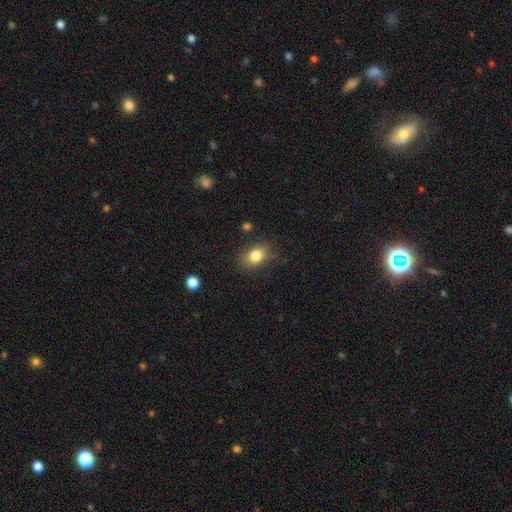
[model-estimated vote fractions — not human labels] Smooth or featured: smooth — 82% (star or artifact — 10%)
How rounded: in between — 72% (round — 27%)
Merging: none — 81% (minor disturbance — 13%)